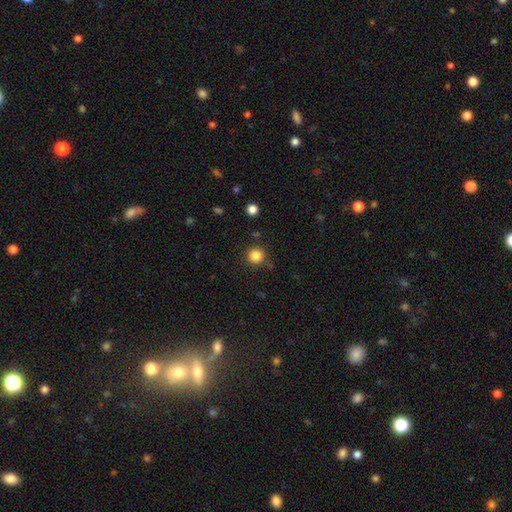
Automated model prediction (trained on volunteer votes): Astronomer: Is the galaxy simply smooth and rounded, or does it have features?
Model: smooth — 84%.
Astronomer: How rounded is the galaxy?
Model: round — 93%.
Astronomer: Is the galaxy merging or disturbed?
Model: none — 85%.